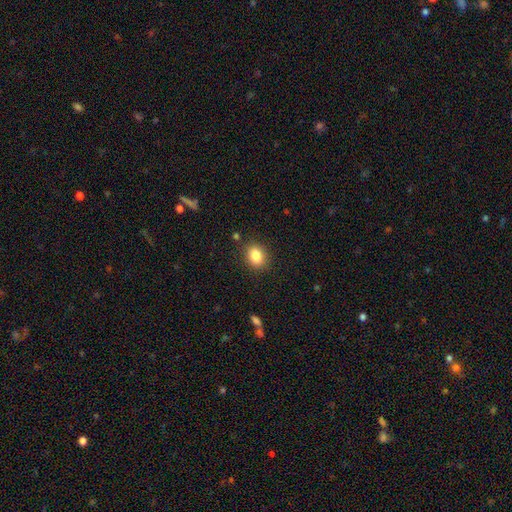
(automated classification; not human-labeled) The model was most divided on "how rounded": in between: 58%, round: 41%, cigar-shaped: 1%. More confident: merging — none (86%); smooth or featured — smooth (84%).